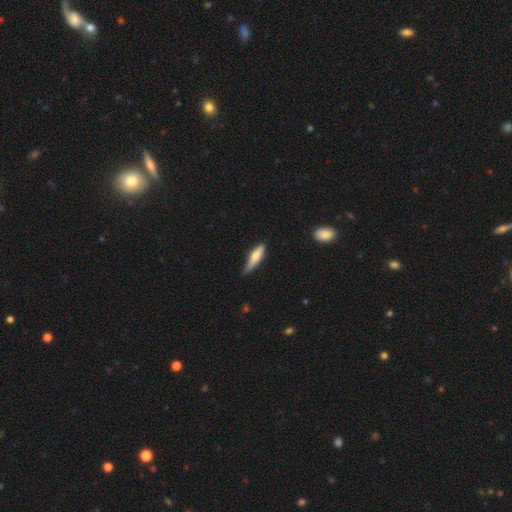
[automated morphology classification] smooth 62%, featured or disk 32%, star or artifact 6%. Down the decision tree: how rounded — cigar-shaped (69%); merging — none (60%).